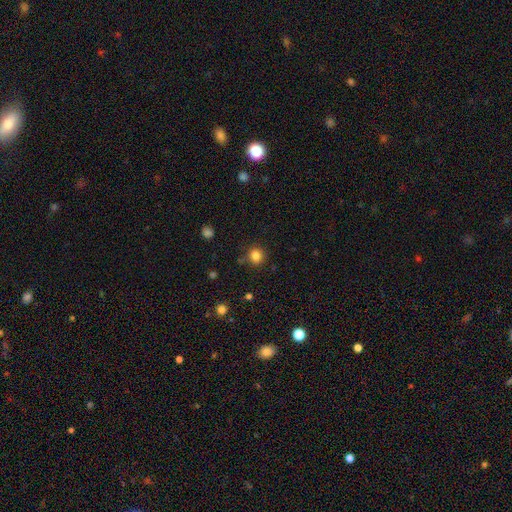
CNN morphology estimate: smooth_or_featured: smooth (p=0.83) [alt: star or artifact p=0.12]
how_rounded: round (p=0.88) [alt: in between p=0.11]
merging: none (p=0.84) [alt: minor disturbance p=0.10]